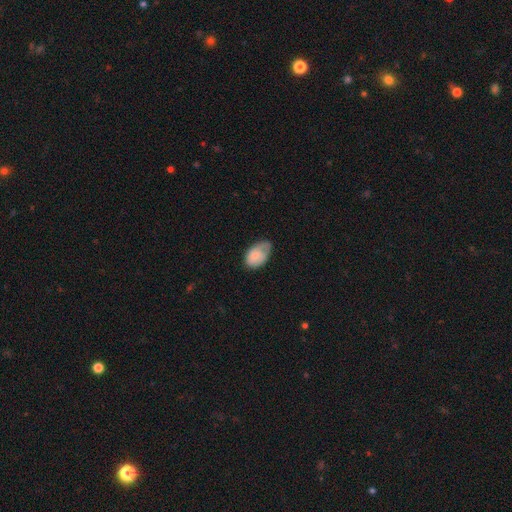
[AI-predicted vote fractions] Morphology: type=smooth (75%); roundness=in between (91%); merging=none (42%).